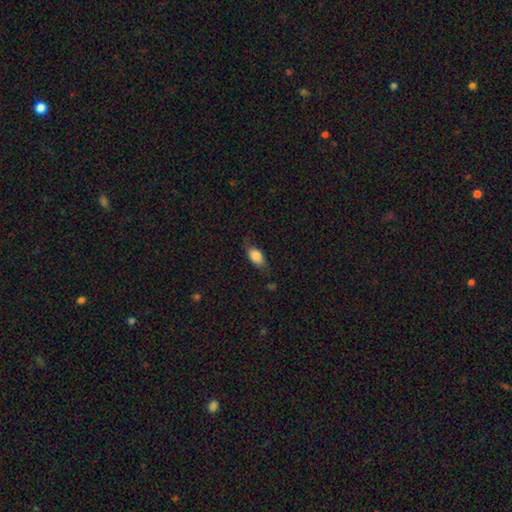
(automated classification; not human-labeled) Smooth or featured? smooth (80%)
How rounded? in between (89%)
Merging? none (65%)